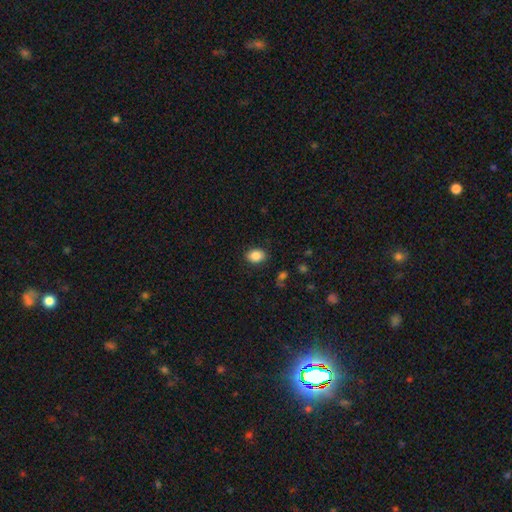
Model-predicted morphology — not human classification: Q: Smooth or featured?
A: smooth (87%); runner-up: star or artifact (9%)
Q: How rounded?
A: in between (68%); runner-up: round (31%)
Q: Merging?
A: none (86%); runner-up: minor disturbance (10%)